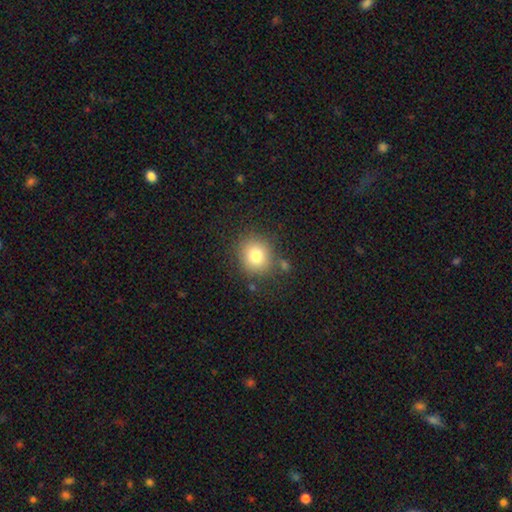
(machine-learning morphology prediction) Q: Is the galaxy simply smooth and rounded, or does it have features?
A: smooth — 79%.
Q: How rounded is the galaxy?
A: round — 86%.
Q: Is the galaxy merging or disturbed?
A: none — 81%.